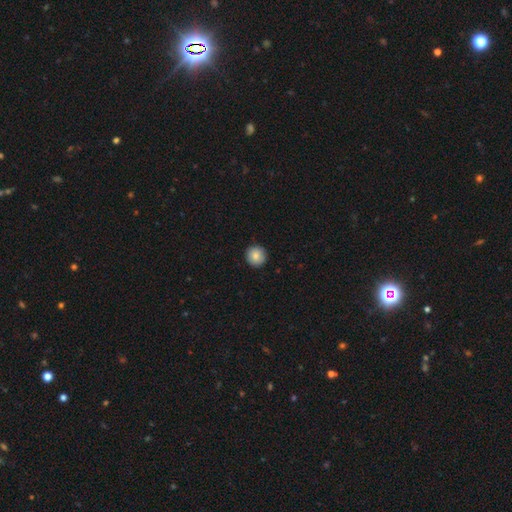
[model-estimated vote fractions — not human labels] Smooth or featured?
  - smooth: 84% *
  - star or artifact: 8%
  - featured or disk: 7%
How rounded?
  - round: 95% *
  - in between: 4%
  - cigar-shaped: 1%
Merging?
  - none: 92% *
  - minor disturbance: 6%
  - major disturbance: 1%
  - merger: 1%